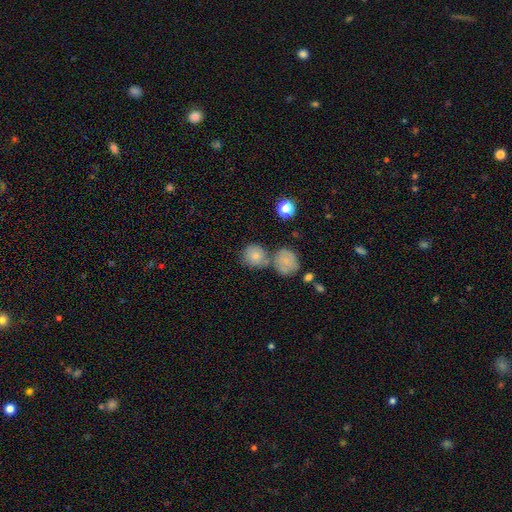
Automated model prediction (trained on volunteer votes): A smooth galaxy with no disk features (71%) that is round (88%). Merging: none (59%).